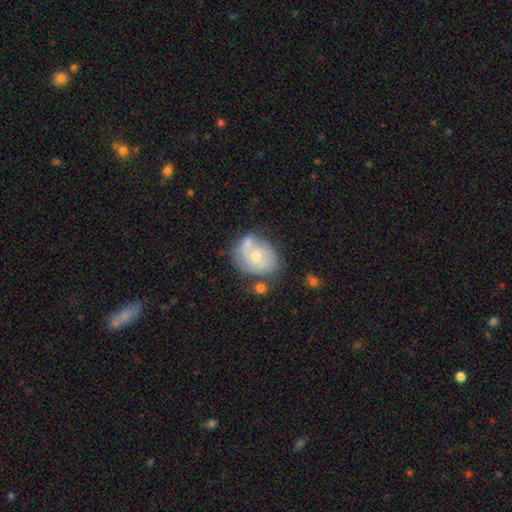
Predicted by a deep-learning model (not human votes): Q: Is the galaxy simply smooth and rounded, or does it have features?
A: featured or disk — 63%.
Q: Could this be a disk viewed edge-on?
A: no — 97%.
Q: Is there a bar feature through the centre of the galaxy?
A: no — 75%.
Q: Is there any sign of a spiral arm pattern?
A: yes — 77%.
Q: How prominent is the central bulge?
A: moderate — 48%.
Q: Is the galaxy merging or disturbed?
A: none — 46%.